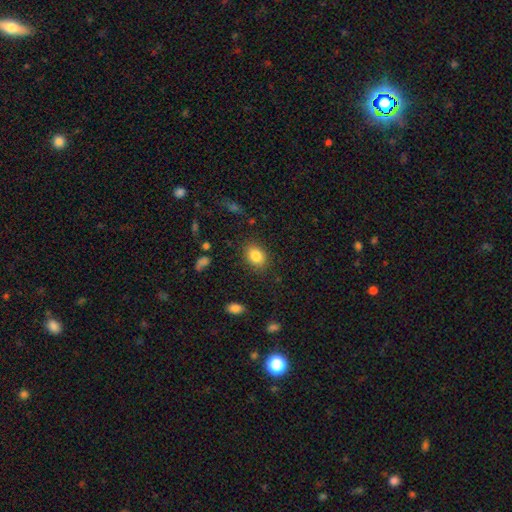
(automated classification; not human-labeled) Morphology: type=smooth (84%); roundness=in between (62%); merging=none (85%).